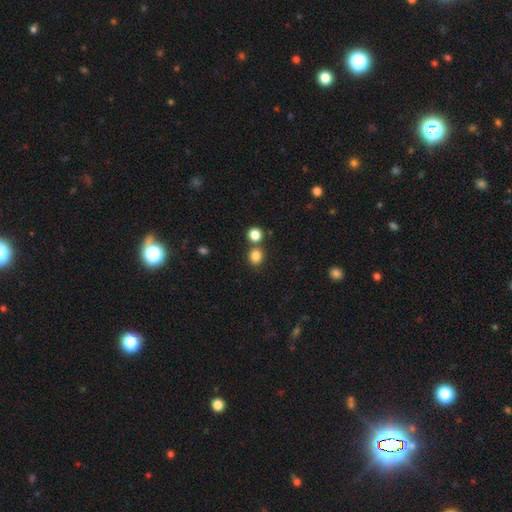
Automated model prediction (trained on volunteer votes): smooth-or-featured: smooth: 83% | star or artifact: 12% | featured or disk: 5%
  how-rounded: round: 81% | in between: 18% | cigar-shaped: 1%
  merging: none: 71% | merger: 19% | minor disturbance: 8% | major disturbance: 3%